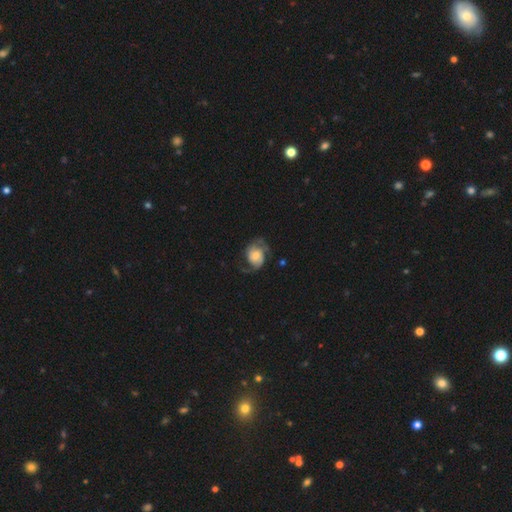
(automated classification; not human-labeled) Morphology: type=featured or disk (69%); edge-on=no (97%); bar=no (70%); spiral arms=yes (90%); winding=medium (42%); arm count=2 (81%); bulge=moderate (42%); merging=none (57%).